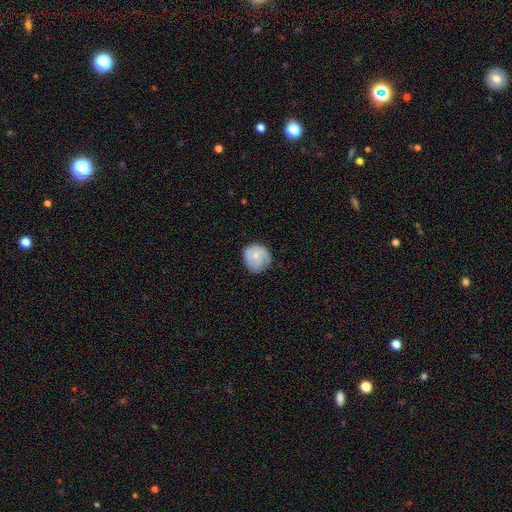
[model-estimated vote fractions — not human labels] Smooth or featured? Predicted: smooth (p=0.61). How rounded? Predicted: round (p=0.89). Merging? Predicted: none (p=0.72).